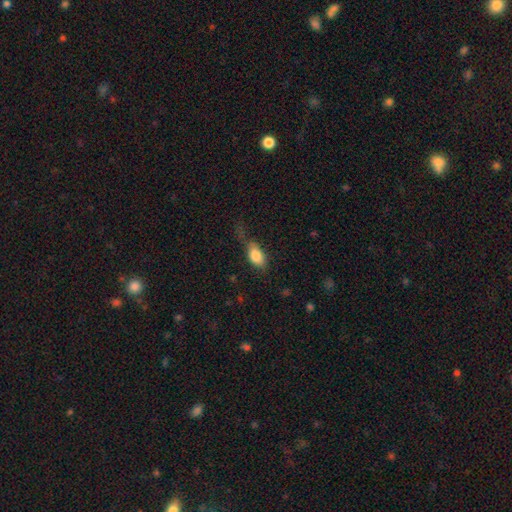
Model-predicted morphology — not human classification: smooth-or-featured: smooth: 81% | featured or disk: 12% | star or artifact: 8%
  how-rounded: in between: 87% | cigar-shaped: 7% | round: 6%
  merging: none: 45% | minor disturbance: 31% | major disturbance: 22% | merger: 3%